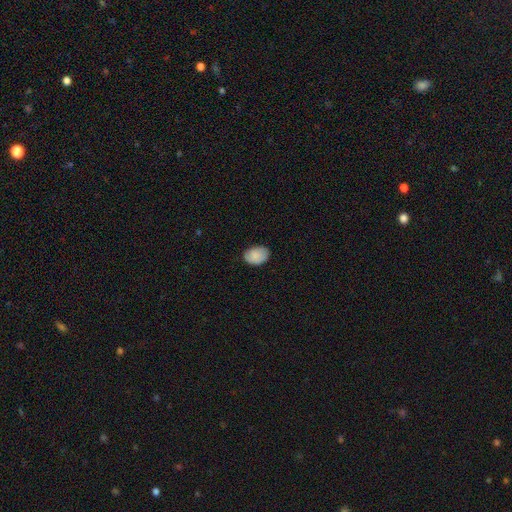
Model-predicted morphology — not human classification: A smooth galaxy with no disk features (85%) that is in between round and cigar-shaped (77%).

Vote fractions:
- Smooth or featured? smooth: 85% / featured or disk: 8% / star or artifact: 7%
- How rounded? in between: 77% / round: 22% / cigar-shaped: 1%
- Merging? none: 78% / minor disturbance: 18% / major disturbance: 3% / merger: 1%